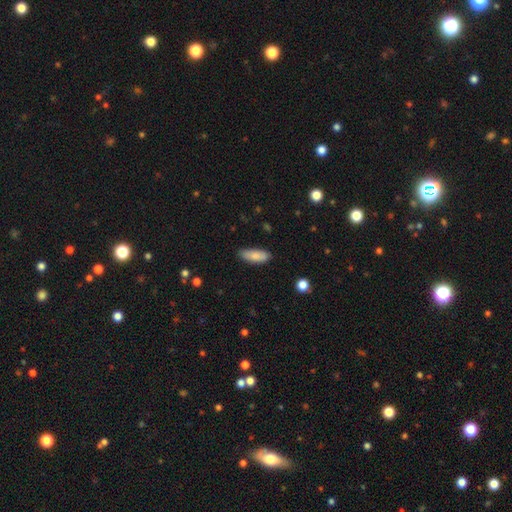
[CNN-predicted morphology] The model was most divided on "how rounded": in between: 71%, cigar-shaped: 27%, round: 2%. More confident: smooth or featured — smooth (85%); merging — none (82%).